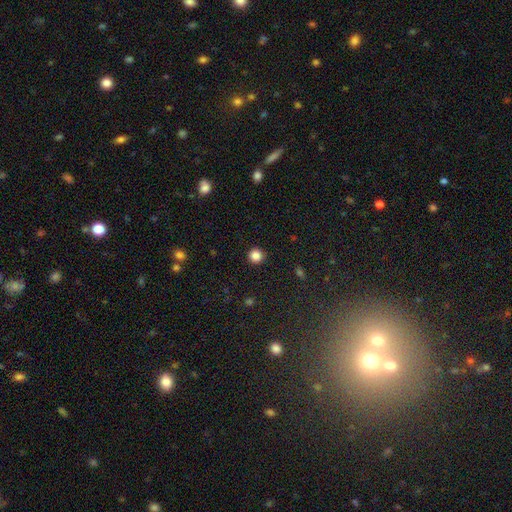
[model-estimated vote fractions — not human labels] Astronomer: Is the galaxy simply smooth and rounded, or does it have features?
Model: smooth — 85%.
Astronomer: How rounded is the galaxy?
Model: round — 95%.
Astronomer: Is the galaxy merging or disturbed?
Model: none — 93%.